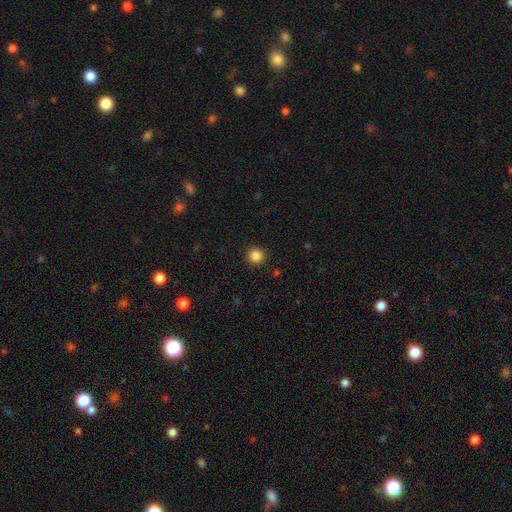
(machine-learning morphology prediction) Q: Smooth or featured?
A: smooth (86%); runner-up: star or artifact (11%)
Q: How rounded?
A: round (93%); runner-up: in between (6%)
Q: Merging?
A: none (92%); runner-up: minor disturbance (5%)